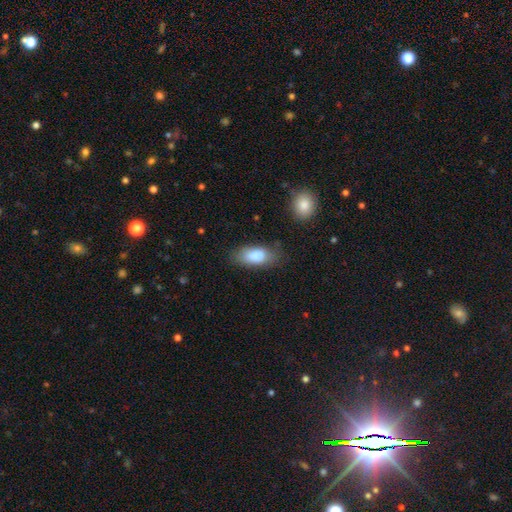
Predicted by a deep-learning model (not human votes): This is clearly a smooth galaxy (84%). How rounded: clearly in between (88%). Merging: likely none (70%).